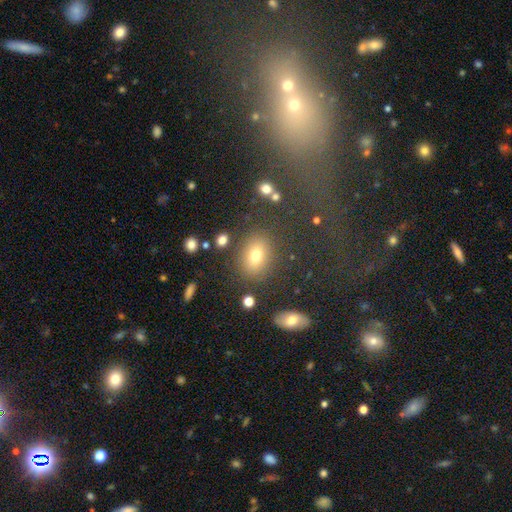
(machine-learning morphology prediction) Smooth or featured? smooth (72%)
How rounded? in between (65%)
Merging? none (81%)